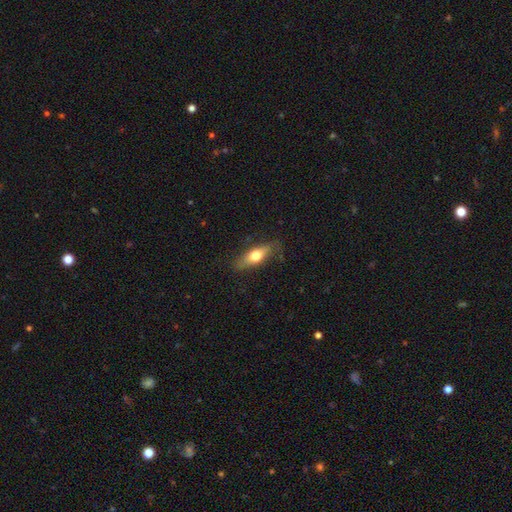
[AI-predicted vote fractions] Smooth or featured? Predicted: smooth (p=0.59). How rounded? Predicted: in between (p=0.56). Merging? Predicted: none (p=0.80).